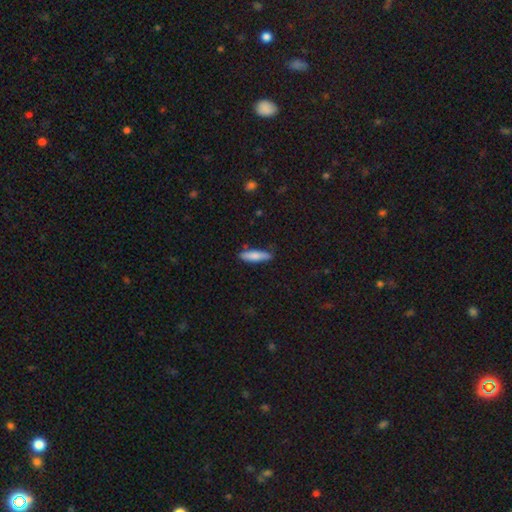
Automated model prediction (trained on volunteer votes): A smooth galaxy with no disk features (78%) that is cigar-shaped (69%). Merging: none (81%).